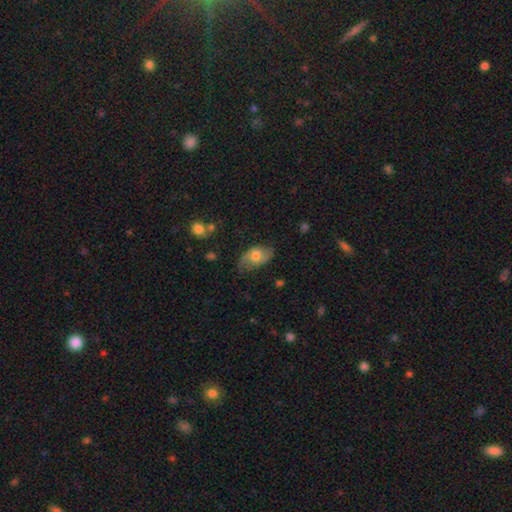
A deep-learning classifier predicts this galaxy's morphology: smooth 48%, featured or disk 45%, star or artifact 7%. Down the decision tree: merging — none (62%).